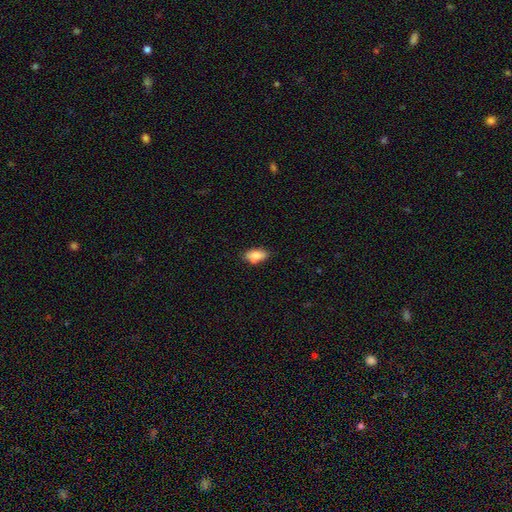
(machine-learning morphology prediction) Smooth or featured: smooth — 82% (featured or disk — 10%)
How rounded: in between — 87% (cigar-shaped — 9%)
Merging: none — 69% (minor disturbance — 21%)